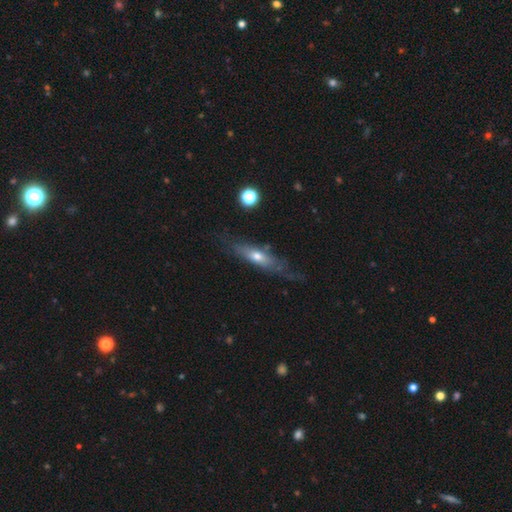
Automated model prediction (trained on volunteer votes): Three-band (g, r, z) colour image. It shows a featured or disk galaxy (57%) viewed edge-on (65%). Merging: none (65%).